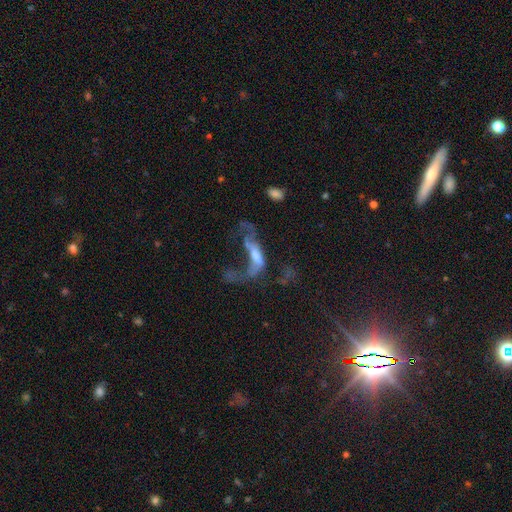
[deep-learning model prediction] A featured or disk galaxy (52%).

Vote fractions:
- Smooth or featured? featured or disk: 52% / smooth: 35% / star or artifact: 13%
- Edge-on disk? no: 85% / yes: 15%
- Merging? major disturbance: 55% / merger: 22% / none: 14% / minor disturbance: 9%